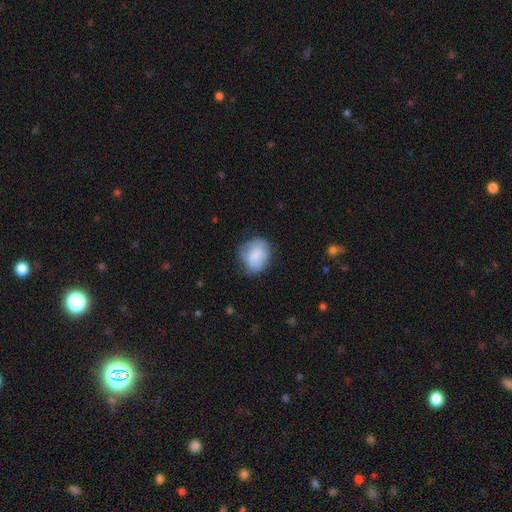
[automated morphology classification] Smooth or featured: smooth — 78% (featured or disk — 15%)
How rounded: round — 62% (in between — 37%)
Merging: none — 57% (minor disturbance — 31%)